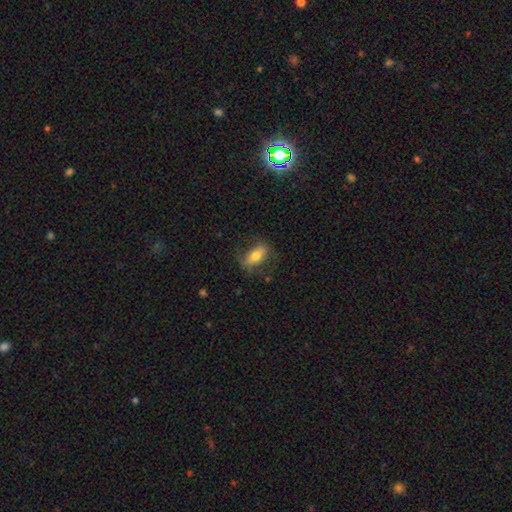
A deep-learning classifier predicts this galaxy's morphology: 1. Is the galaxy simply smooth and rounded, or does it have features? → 61% smooth, 32% featured or disk, 7% star or artifact.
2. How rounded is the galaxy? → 73% in between, 21% cigar-shaped, 6% round.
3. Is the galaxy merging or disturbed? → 74% none, 18% minor disturbance, 7% major disturbance, 1% merger.